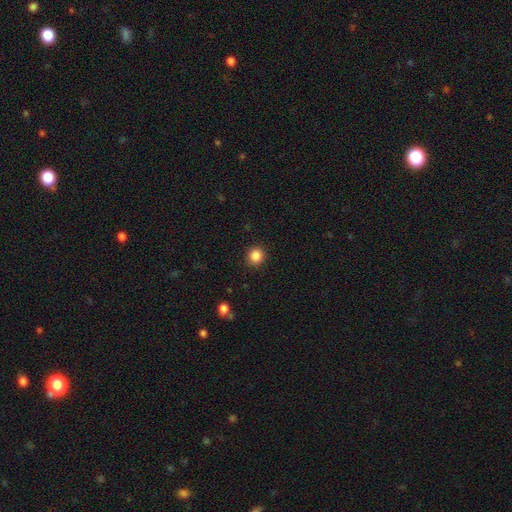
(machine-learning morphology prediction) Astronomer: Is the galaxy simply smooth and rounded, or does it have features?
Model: smooth — 86%.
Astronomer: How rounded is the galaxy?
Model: round — 93%.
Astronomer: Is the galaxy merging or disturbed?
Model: none — 92%.